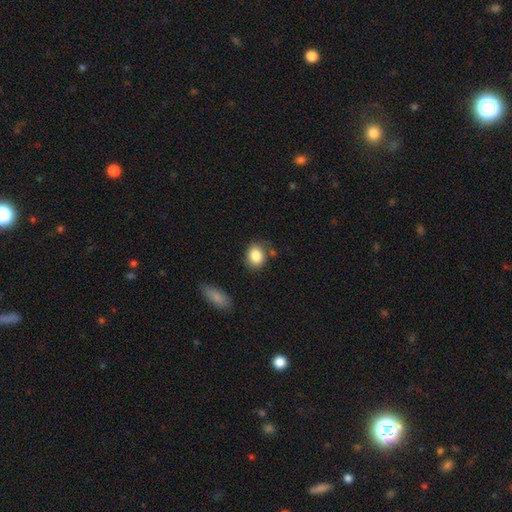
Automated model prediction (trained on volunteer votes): Overall: smooth (85%). How rounded: round (52%; in between 47%). Merging: none (73%).